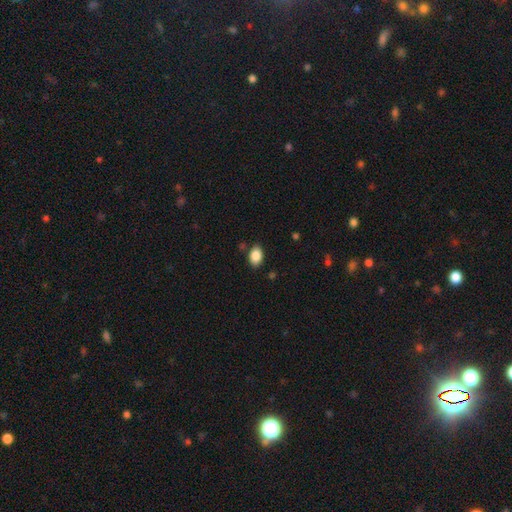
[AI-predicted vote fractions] This appears to be a smooth galaxy with no disk features (87%) that is in between round and cigar-shaped (86%). Merging: none (84%).